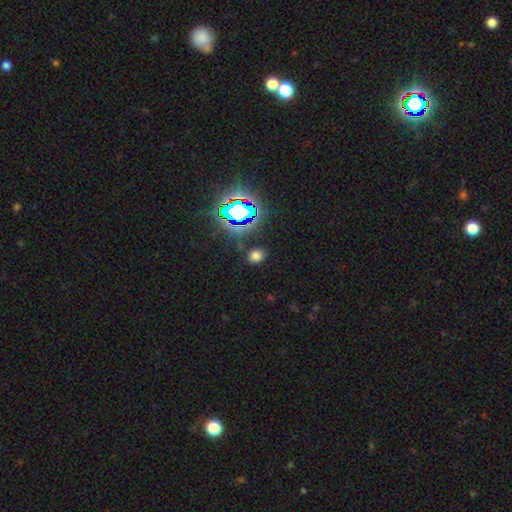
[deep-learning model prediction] Smooth or featured? Predicted: smooth (p=0.65). How rounded? Predicted: round (p=0.55). Merging? Predicted: none (p=0.84).